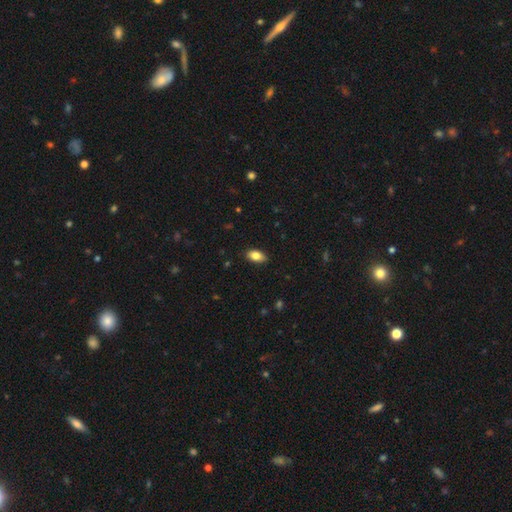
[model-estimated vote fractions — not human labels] smooth_or_featured: smooth (p=0.82) [alt: featured or disk p=0.10]
how_rounded: in between (p=0.91) [alt: round p=0.06]
merging: none (p=0.87) [alt: minor disturbance p=0.10]